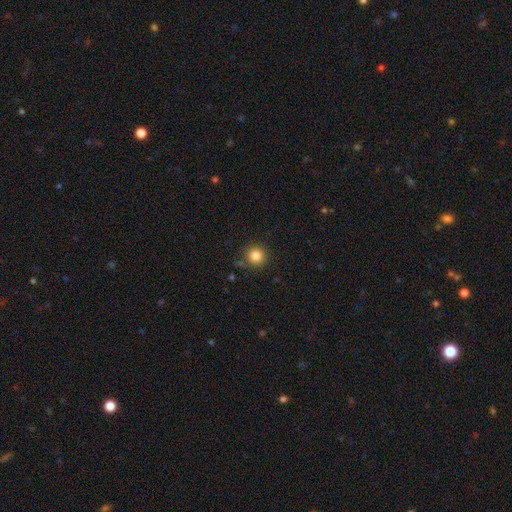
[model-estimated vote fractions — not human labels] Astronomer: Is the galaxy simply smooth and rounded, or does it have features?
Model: smooth — 83%.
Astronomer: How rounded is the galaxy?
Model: round — 94%.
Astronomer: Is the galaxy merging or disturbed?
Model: none — 85%.